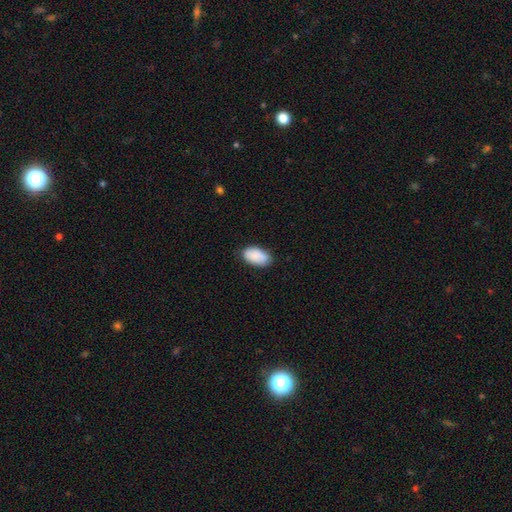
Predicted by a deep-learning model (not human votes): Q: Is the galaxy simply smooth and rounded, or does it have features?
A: smooth — 88%.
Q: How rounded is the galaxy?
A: in between — 95%.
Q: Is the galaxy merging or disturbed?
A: none — 80%.